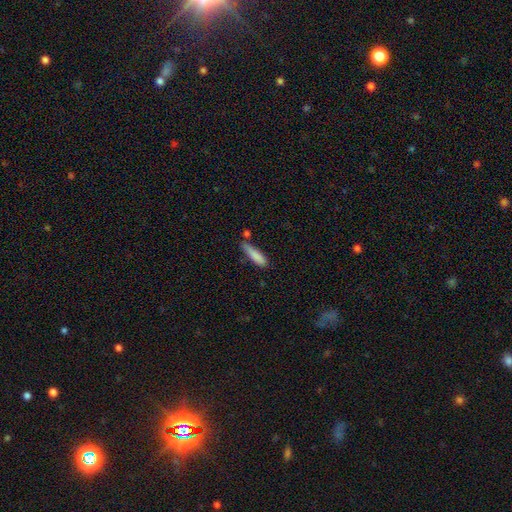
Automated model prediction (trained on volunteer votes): Smooth or featured: smooth — 83% (featured or disk — 10%)
How rounded: cigar-shaped — 76% (in between — 22%)
Merging: none — 57% (minor disturbance — 26%)